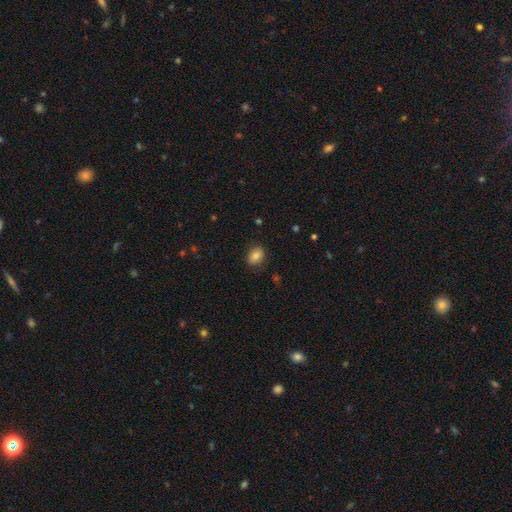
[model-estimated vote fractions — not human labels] smooth 82%, star or artifact 10%, featured or disk 8%. Down the decision tree: how rounded — in between (54%); merging — none (86%).